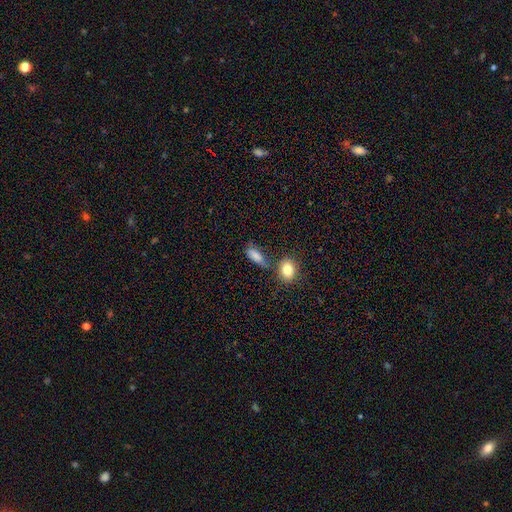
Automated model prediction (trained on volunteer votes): This appears to be a smooth galaxy with no disk features (82%) that is in between round and cigar-shaped (68%). Merging: none (61%).